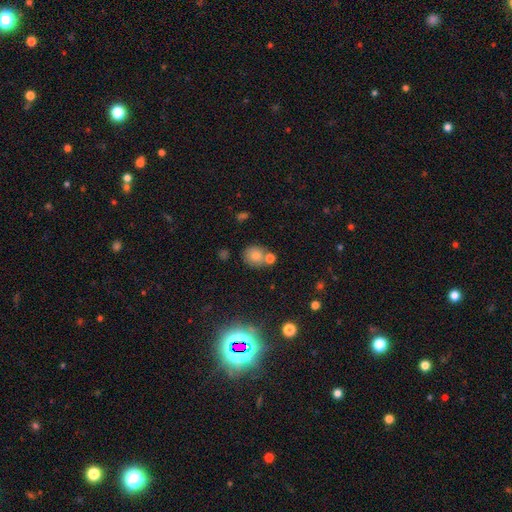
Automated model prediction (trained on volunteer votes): A smooth galaxy with no disk features (79%) that is round (77%). Merging: none (61%).